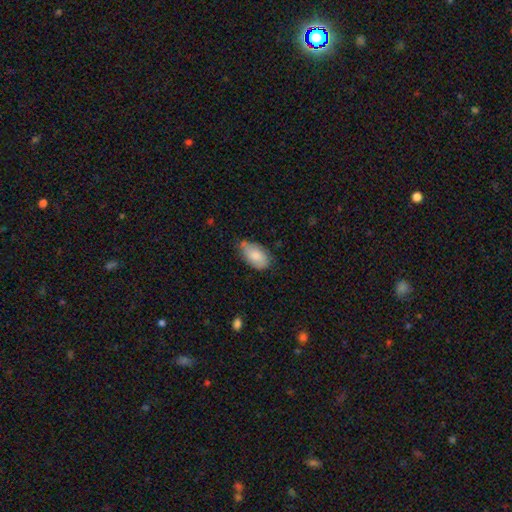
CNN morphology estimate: smooth-or-featured: smooth: 80% | featured or disk: 14% | star or artifact: 6%
  how-rounded: in between: 94% | round: 4% | cigar-shaped: 2%
  merging: none: 53% | minor disturbance: 38% | major disturbance: 7% | merger: 3%